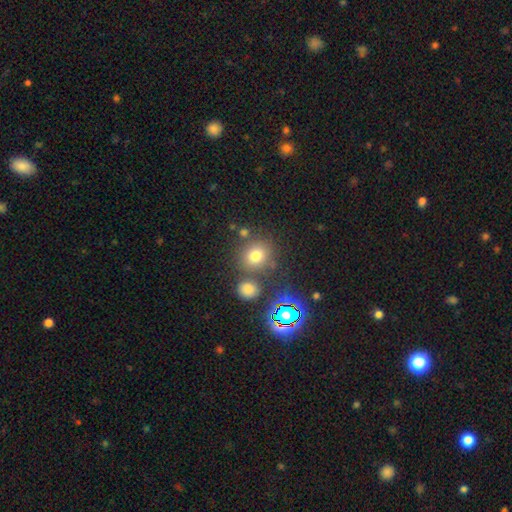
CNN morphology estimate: Overall: smooth (71%). How rounded: round (82%). Merging: none (74%).